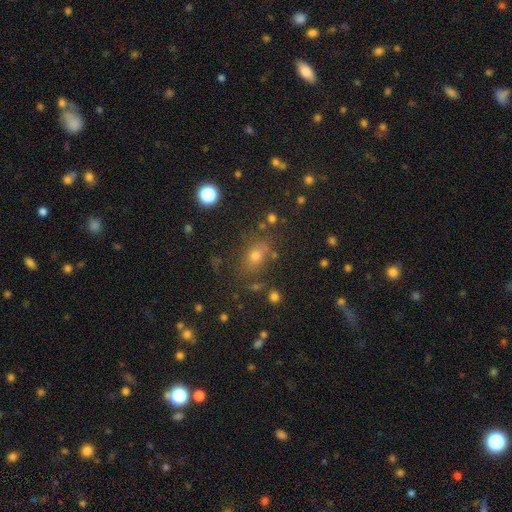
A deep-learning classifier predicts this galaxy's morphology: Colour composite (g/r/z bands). It shows a smooth galaxy with no disk features (64%) that is in between round and cigar-shaped (63%). Merging: none (74%).